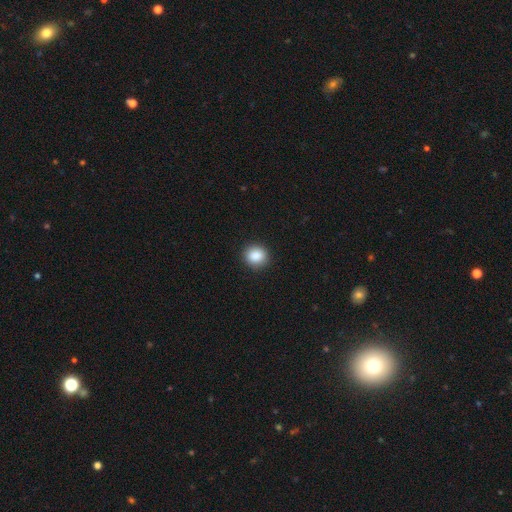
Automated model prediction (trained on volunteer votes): smooth 88%, star or artifact 9%, featured or disk 3%. Down the decision tree: how rounded — round (82%); merging — none (91%).